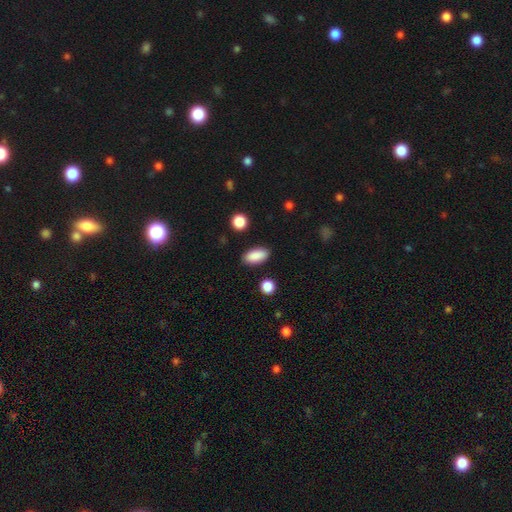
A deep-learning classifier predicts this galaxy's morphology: Overall: smooth (89%). How rounded: in between (88%). Merging: none (88%).